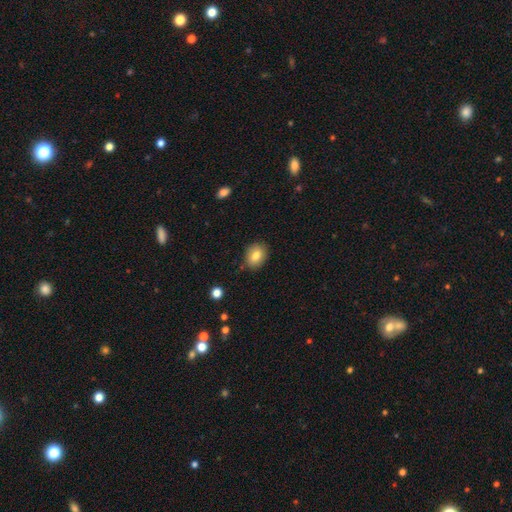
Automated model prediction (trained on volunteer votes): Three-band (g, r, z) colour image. It shows a smooth galaxy with no disk features (81%) that is in between round and cigar-shaped (55%). Merging: none (84%).